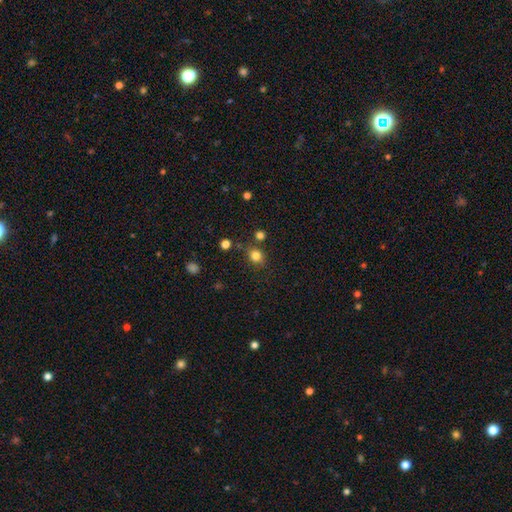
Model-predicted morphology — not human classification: smooth_or_featured: smooth (p=0.81) [alt: star or artifact p=0.14]
how_rounded: round (p=0.75) [alt: in between p=0.24]
merging: none (p=0.76) [alt: minor disturbance p=0.13]